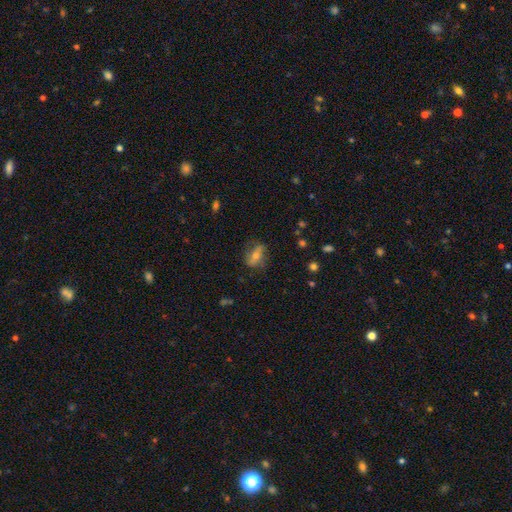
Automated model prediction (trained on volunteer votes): This is possibly a featured or disk galaxy (45%, tied with smooth). Merging: likely none (69%).